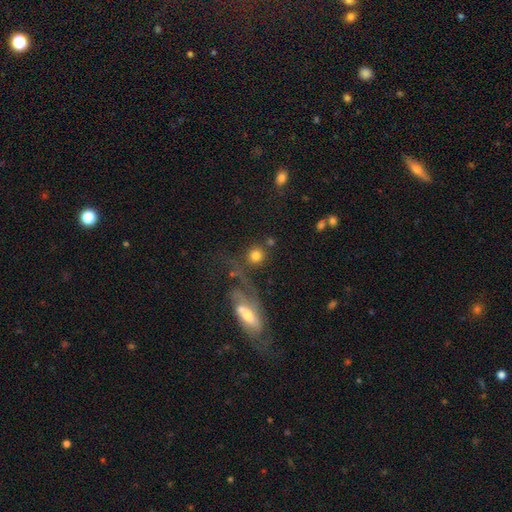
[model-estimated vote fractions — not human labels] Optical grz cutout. It shows a smooth galaxy with no disk features (78%) that is round (90%). Merging: none (65%).